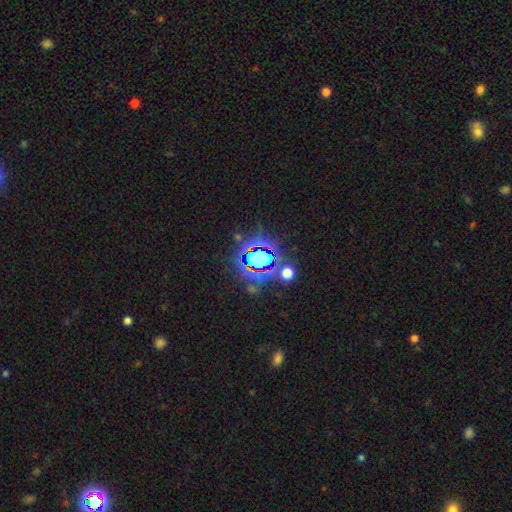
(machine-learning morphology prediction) This appears to be a star or artifact, not a galaxy (70%).